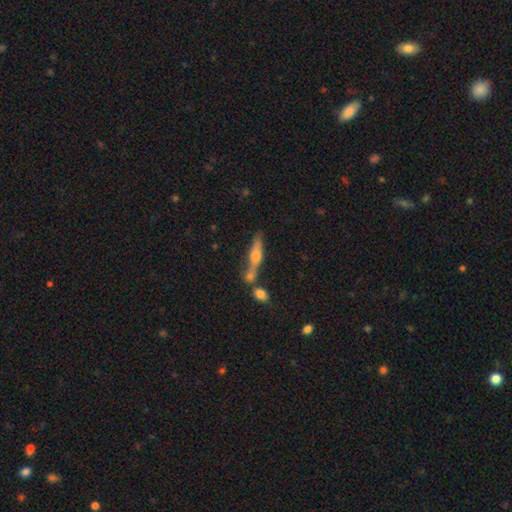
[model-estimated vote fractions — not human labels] A featured or disk galaxy (50%) viewed edge-on (87%). Merging: none (52%).